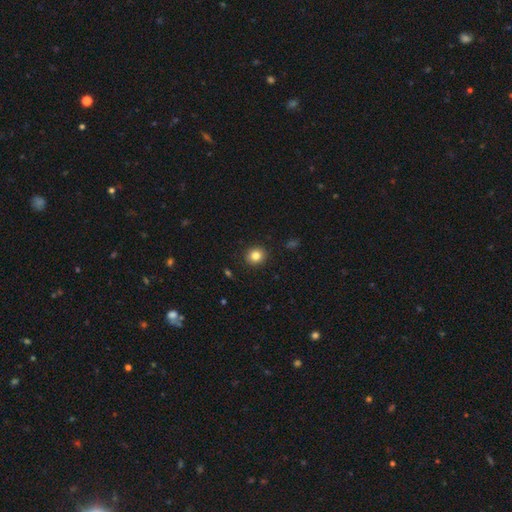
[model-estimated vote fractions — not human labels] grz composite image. It shows a smooth galaxy with no disk features (83%) that is round (83%). Merging: none (91%).